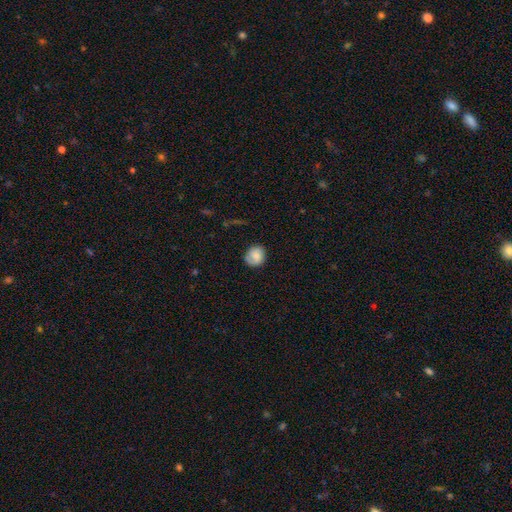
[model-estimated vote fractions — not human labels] Q: Smooth or featured?
A: smooth (77%); runner-up: featured or disk (15%)
Q: How rounded?
A: round (78%); runner-up: in between (21%)
Q: Merging?
A: none (75%); runner-up: minor disturbance (19%)